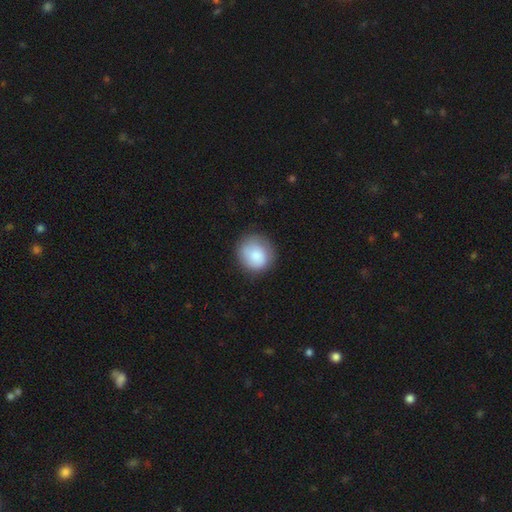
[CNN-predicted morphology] This is clearly a smooth galaxy (84%). How rounded: clearly round (86%). Merging: likely none (78%).